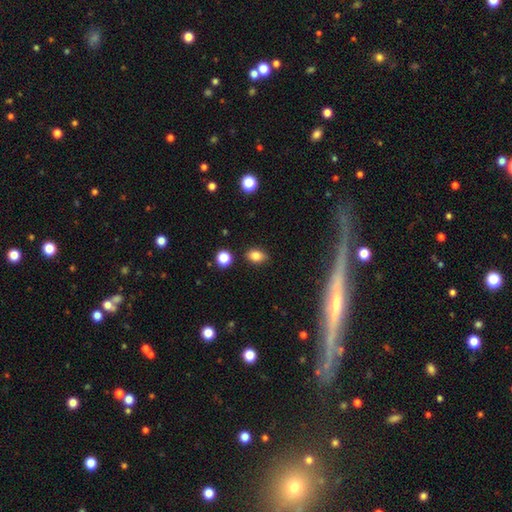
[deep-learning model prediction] This appears to be a smooth galaxy with no disk features (82%) that is in between round and cigar-shaped (75%). Merging: none (81%).